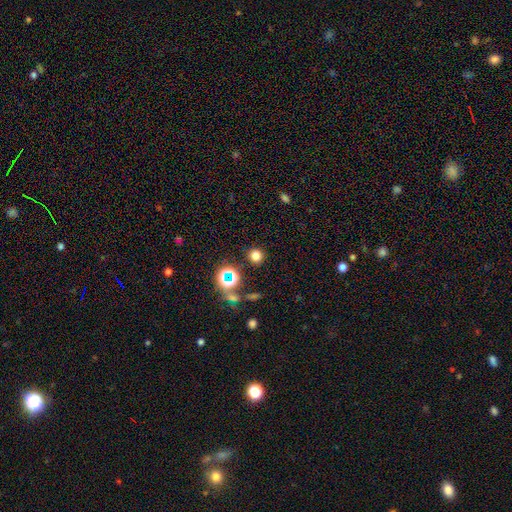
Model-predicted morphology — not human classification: smooth_or_featured: smooth (p=0.73) [alt: star or artifact p=0.21]
how_rounded: round (p=0.92) [alt: in between p=0.06]
merging: none (p=0.87) [alt: minor disturbance p=0.06]